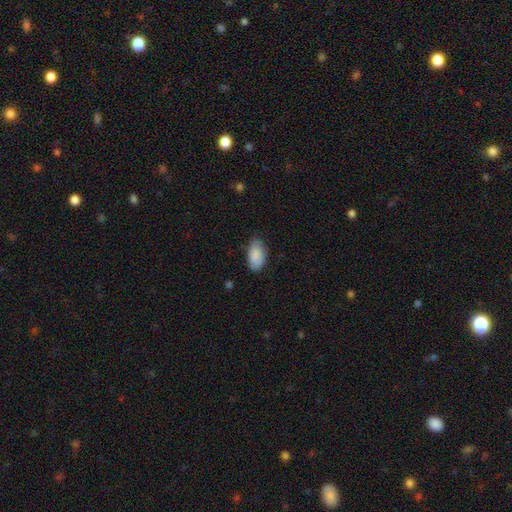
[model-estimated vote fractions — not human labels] smooth 88%, star or artifact 6%, featured or disk 6%. Down the decision tree: how rounded — in between (94%); merging — none (74%).